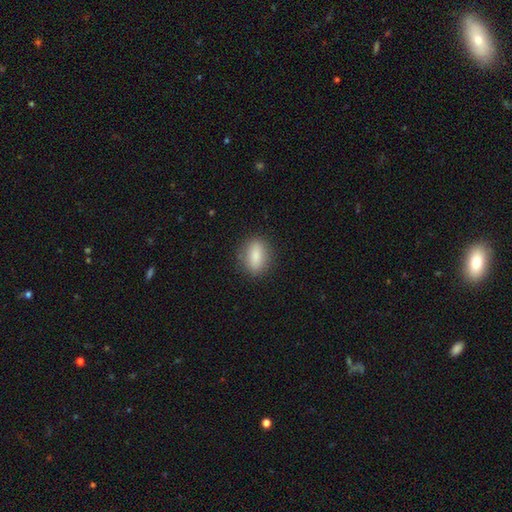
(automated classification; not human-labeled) Smooth or featured: smooth — 83% (featured or disk — 10%)
How rounded: in between — 75% (round — 17%)
Merging: none — 85% (minor disturbance — 11%)